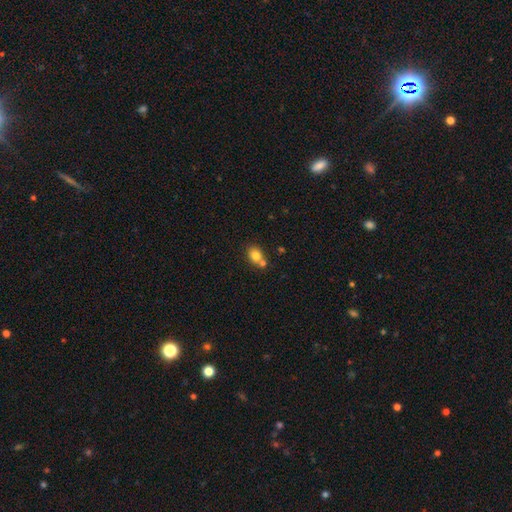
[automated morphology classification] Smooth or featured? Predicted: smooth (p=0.80). How rounded? Predicted: in between (p=0.52). Merging? Predicted: none (p=0.54).